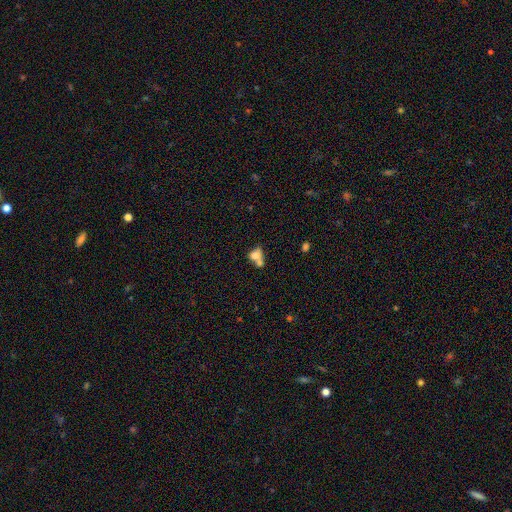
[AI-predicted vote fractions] Q: Smooth or featured?
A: smooth (70%); runner-up: featured or disk (20%)
Q: How rounded?
A: in between (58%); runner-up: round (39%)
Q: Merging?
A: merger (59%); runner-up: none (23%)